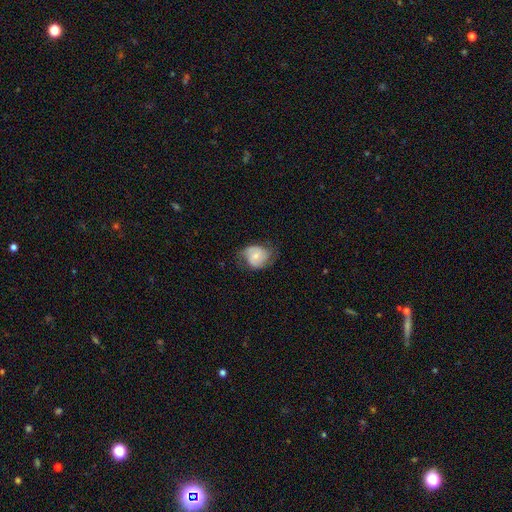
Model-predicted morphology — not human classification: Q: Smooth or featured?
A: featured or disk (50%); runner-up: smooth (43%)
Q: Merging?
A: none (57%); runner-up: minor disturbance (29%)